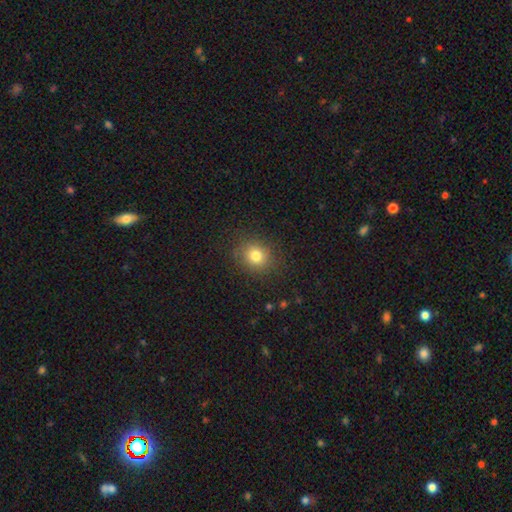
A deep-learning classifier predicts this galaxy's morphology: smooth 79%, star or artifact 13%, featured or disk 8%. Down the decision tree: how rounded — round (74%); merging — none (85%).